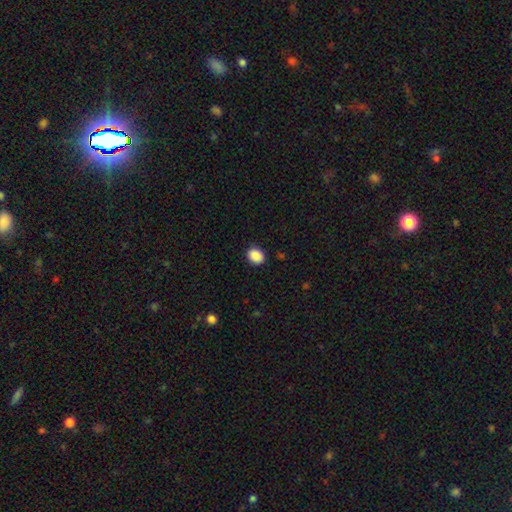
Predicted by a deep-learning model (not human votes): This appears to be a smooth galaxy with no disk features (89%) that is in between round and cigar-shaped (55%). Merging: none (89%).